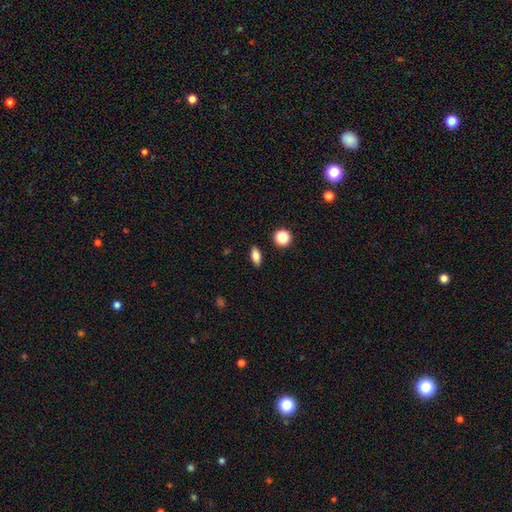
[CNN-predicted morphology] A smooth galaxy with no disk features (79%) that is in between round and cigar-shaped (76%). Merging: none (88%).